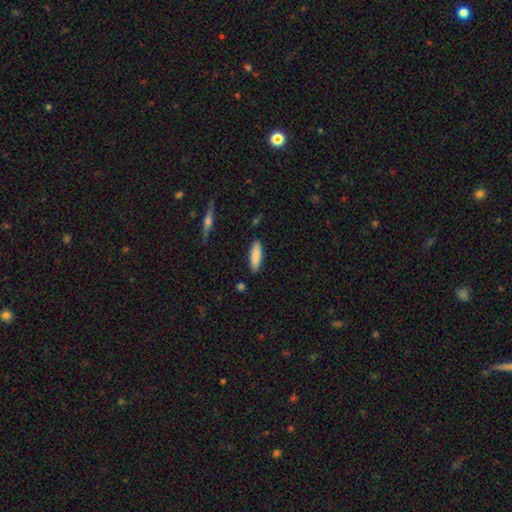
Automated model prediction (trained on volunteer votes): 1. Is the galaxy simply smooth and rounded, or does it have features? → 86% smooth, 7% featured or disk, 6% star or artifact.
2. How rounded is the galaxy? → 50% in between, 49% cigar-shaped, 1% round.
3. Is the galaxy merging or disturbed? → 86% none, 10% minor disturbance, 2% major disturbance, 2% merger.